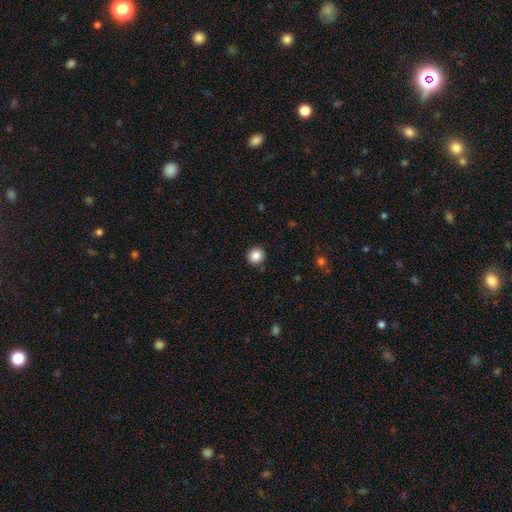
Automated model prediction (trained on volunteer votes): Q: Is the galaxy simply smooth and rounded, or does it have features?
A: smooth — 85%.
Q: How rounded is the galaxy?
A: round — 95%.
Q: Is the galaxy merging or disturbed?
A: none — 91%.